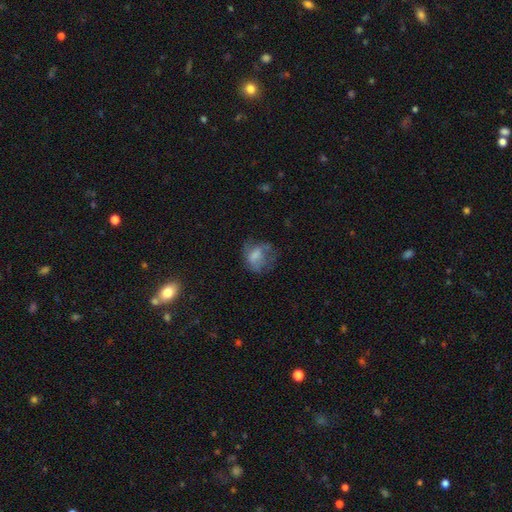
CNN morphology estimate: Overall: smooth (52%; featured or disk 36%). How rounded: in between (53%; round 46%). Merging: none (37%; major disturbance 35%).